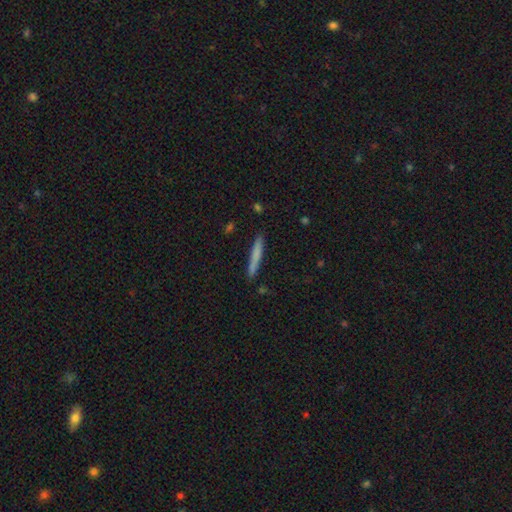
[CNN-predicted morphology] The model was most divided on "smooth or featured": smooth: 72%, featured or disk: 22%, star or artifact: 6%. More confident: how rounded — cigar-shaped (96%); merging — none (86%).